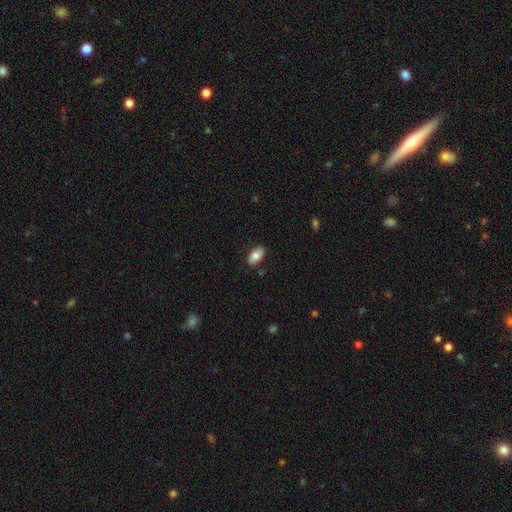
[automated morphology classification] Q: Smooth or featured?
A: smooth (81%); runner-up: featured or disk (13%)
Q: How rounded?
A: in between (93%); runner-up: cigar-shaped (4%)
Q: Merging?
A: none (87%); runner-up: minor disturbance (10%)